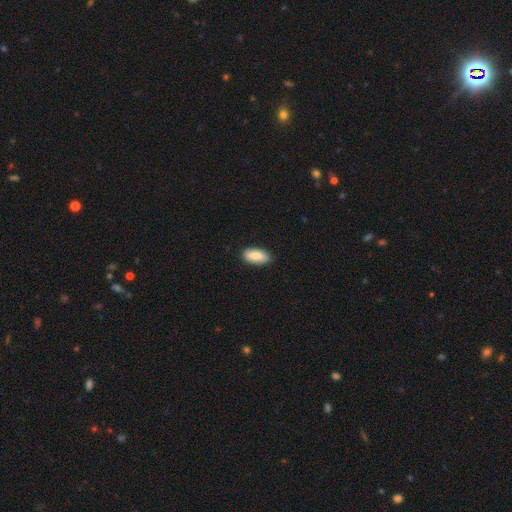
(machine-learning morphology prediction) A smooth galaxy with no disk features (84%) that is in between round and cigar-shaped (90%).

Vote fractions:
- Smooth or featured? smooth: 84% / featured or disk: 10% / star or artifact: 6%
- How rounded? in between: 90% / cigar-shaped: 7% / round: 2%
- Merging? none: 85% / minor disturbance: 12% / major disturbance: 2% / merger: 1%